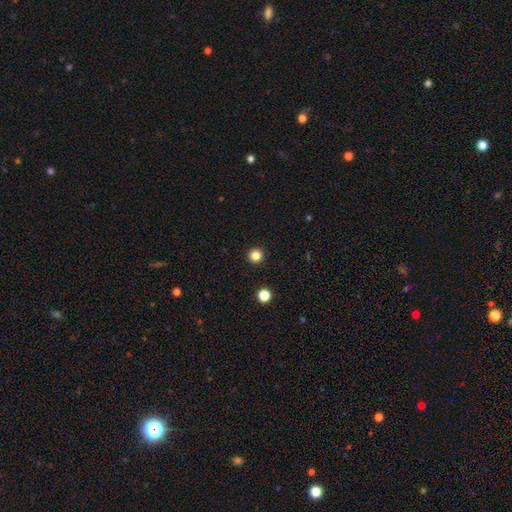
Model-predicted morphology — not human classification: Smooth or featured? Predicted: smooth (p=0.84). How rounded? Predicted: round (p=0.96). Merging? Predicted: none (p=0.94).